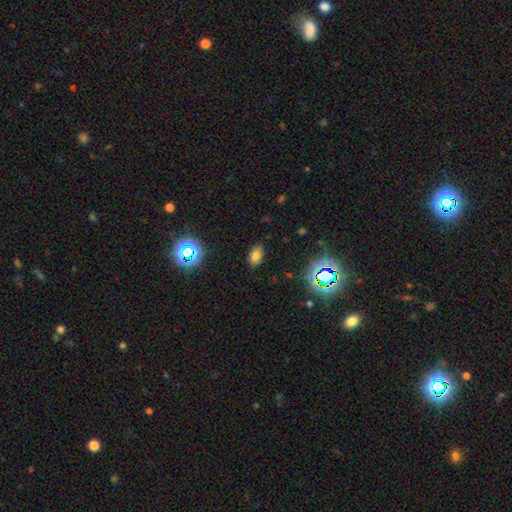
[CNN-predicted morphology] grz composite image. It shows a smooth galaxy with no disk features (72%) that is in between round and cigar-shaped (88%). Merging: none (86%).